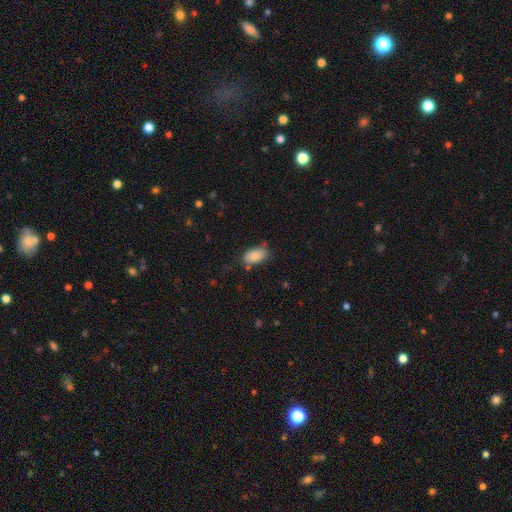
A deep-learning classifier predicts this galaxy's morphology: This is clearly a smooth galaxy (86%). How rounded: clearly in between (93%). Merging: likely none (68%).